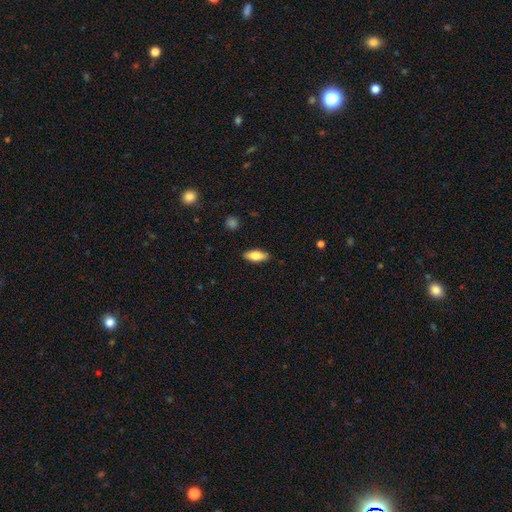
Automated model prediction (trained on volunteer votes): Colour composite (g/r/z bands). It shows a smooth galaxy with no disk features (81%) that is in between round and cigar-shaped (80%). Merging: none (88%).